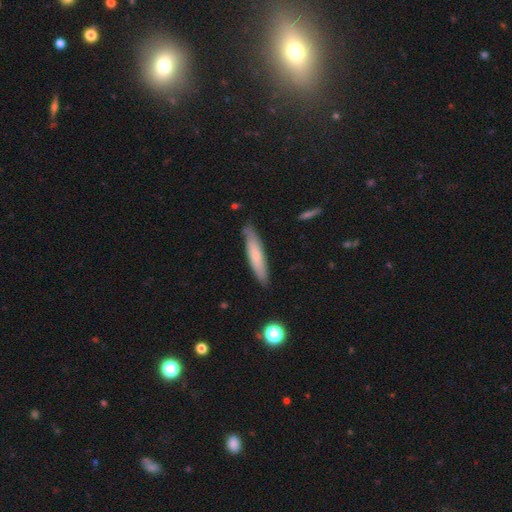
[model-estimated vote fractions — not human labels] This is likely a smooth galaxy (66%). How rounded: clearly cigar-shaped (88%). Merging: clearly none (85%).